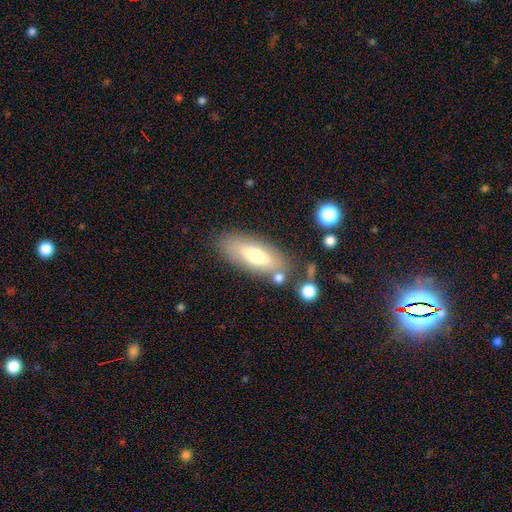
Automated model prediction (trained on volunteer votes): Morphology: type=smooth (61%); roundness=in between (75%); merging=none (75%).